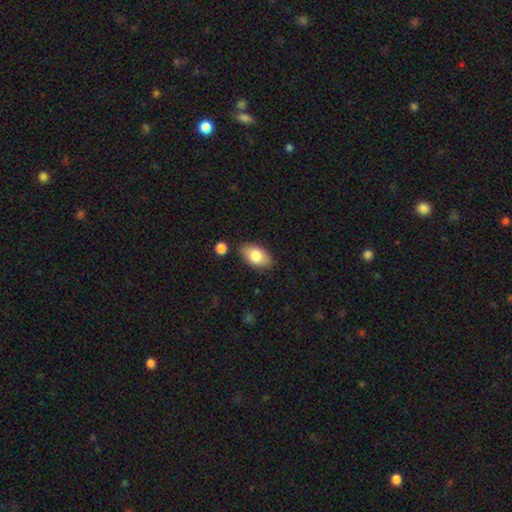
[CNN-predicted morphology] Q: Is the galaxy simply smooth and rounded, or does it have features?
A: smooth — 81%.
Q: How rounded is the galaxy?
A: in between — 93%.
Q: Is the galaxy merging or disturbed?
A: none — 84%.